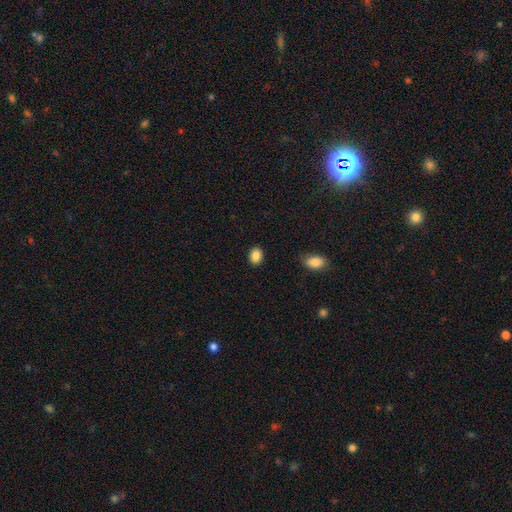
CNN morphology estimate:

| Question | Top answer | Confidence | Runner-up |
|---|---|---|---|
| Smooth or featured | smooth | 87% | star or artifact (9%) |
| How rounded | in between | 66% | round (33%) |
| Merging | none | 89% | minor disturbance (8%) |